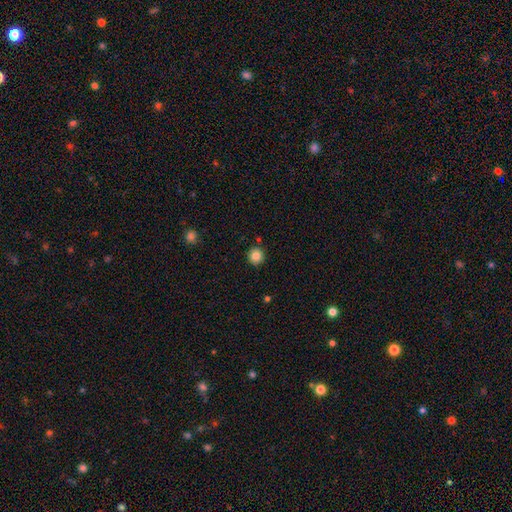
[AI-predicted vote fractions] Overall: smooth (83%). How rounded: round (94%). Merging: none (90%).